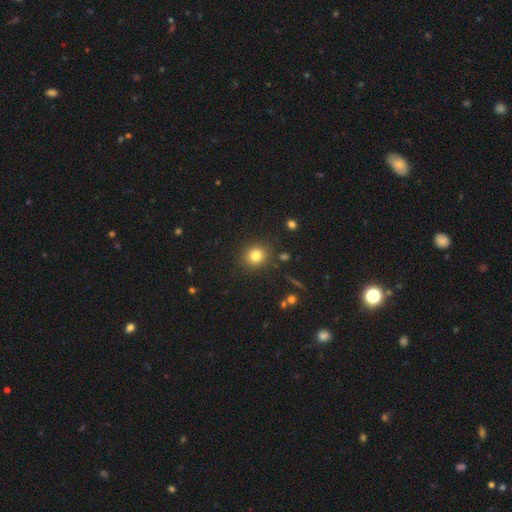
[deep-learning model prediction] Smooth or featured? Predicted: smooth (p=0.81). How rounded? Predicted: round (p=0.80). Merging? Predicted: none (p=0.87).